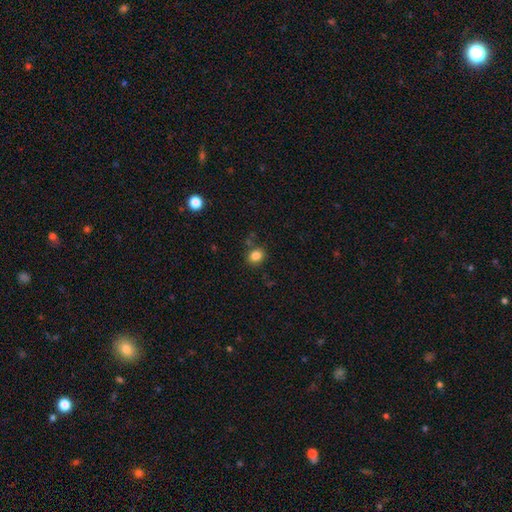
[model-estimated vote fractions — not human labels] Smooth or featured? Predicted: smooth (p=0.83). How rounded? Predicted: round (p=0.66). Merging? Predicted: none (p=0.82).